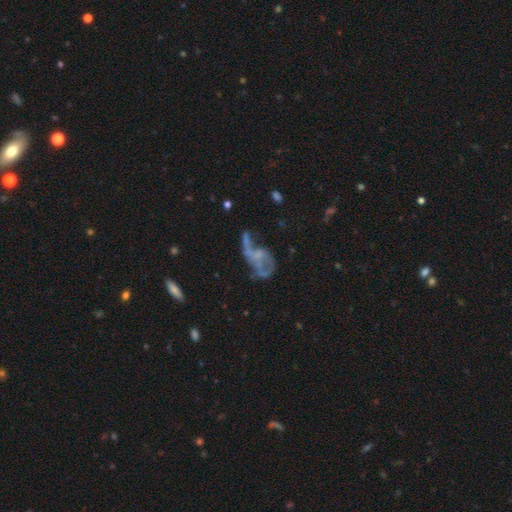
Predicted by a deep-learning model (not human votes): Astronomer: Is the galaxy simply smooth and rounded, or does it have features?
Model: featured or disk — 62%.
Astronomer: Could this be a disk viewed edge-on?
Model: no — 94%.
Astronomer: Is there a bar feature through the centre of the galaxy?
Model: no — 77%.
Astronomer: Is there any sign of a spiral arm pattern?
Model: no — 57% (runner-up: yes, 43%).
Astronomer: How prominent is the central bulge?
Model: none — 60%.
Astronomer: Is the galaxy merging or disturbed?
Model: major disturbance — 43% (runner-up: none, 26%).